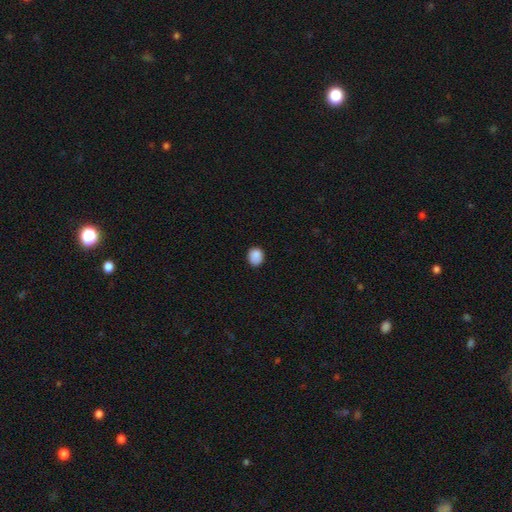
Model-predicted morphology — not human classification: smooth-or-featured: smooth: 88% | star or artifact: 9% | featured or disk: 3%
  how-rounded: round: 71% | in between: 28% | cigar-shaped: 1%
  merging: none: 86% | minor disturbance: 11% | major disturbance: 2% | merger: 1%